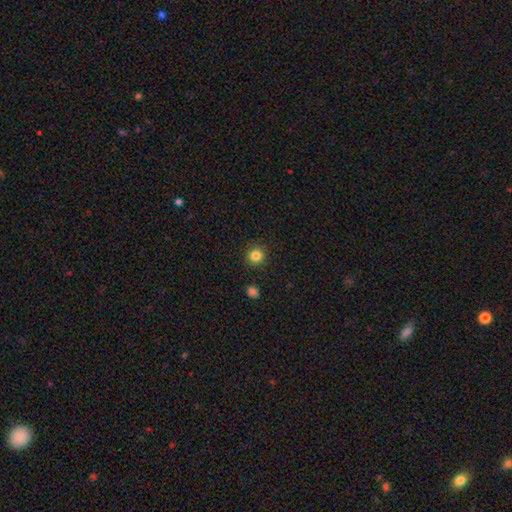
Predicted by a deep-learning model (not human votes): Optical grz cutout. It shows a smooth galaxy with no disk features (83%) that is round (94%). Merging: none (92%).